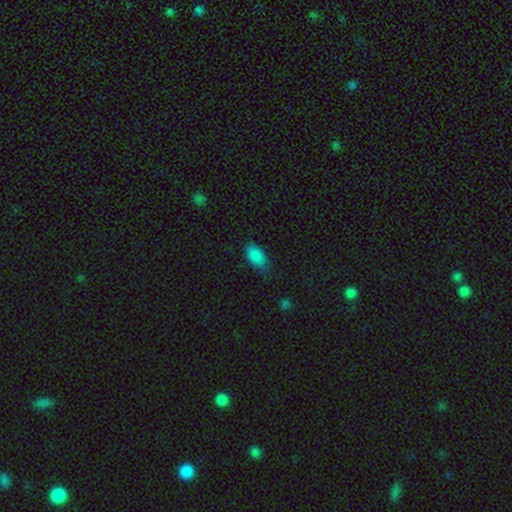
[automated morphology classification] smooth 87%, star or artifact 9%, featured or disk 4%. Down the decision tree: how rounded — in between (93%); merging — none (74%).